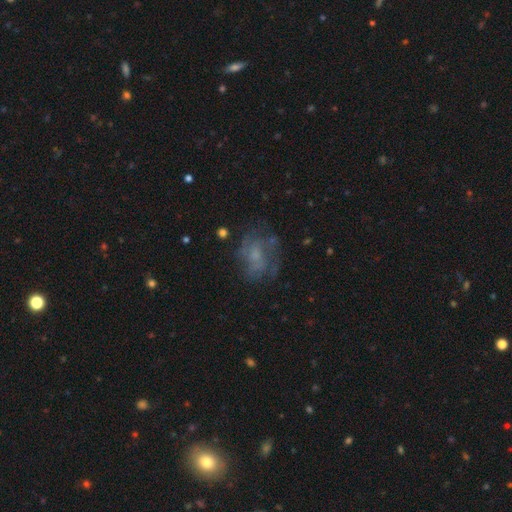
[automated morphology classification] smooth-or-featured: featured or disk: 51% | smooth: 34% | star or artifact: 15%
  disk-edge-on: no: 97% | yes: 3%
  merging: none: 56% | minor disturbance: 21% | major disturbance: 20% | merger: 3%